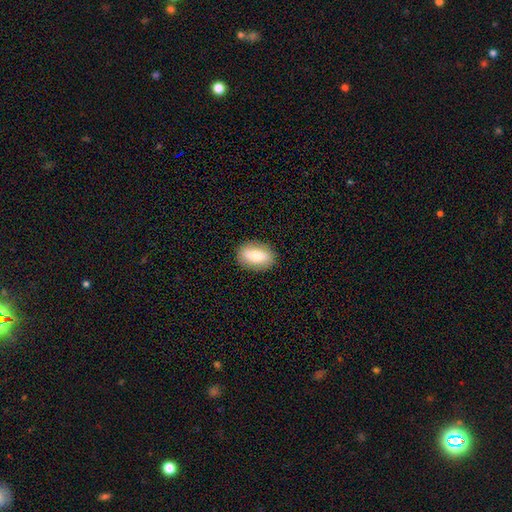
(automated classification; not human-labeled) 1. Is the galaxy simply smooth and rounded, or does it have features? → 74% smooth, 19% featured or disk, 7% star or artifact.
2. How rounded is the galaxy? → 87% in between, 10% round, 3% cigar-shaped.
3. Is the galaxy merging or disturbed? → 87% none, 10% minor disturbance, 3% major disturbance, 1% merger.